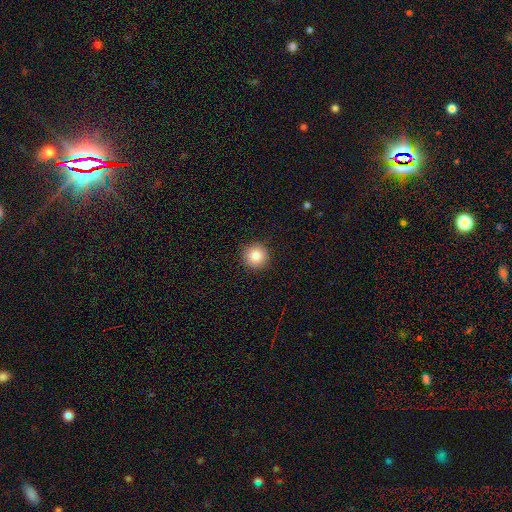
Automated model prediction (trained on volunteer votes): This is clearly a smooth galaxy (87%). How rounded: clearly round (95%). Merging: clearly none (91%).